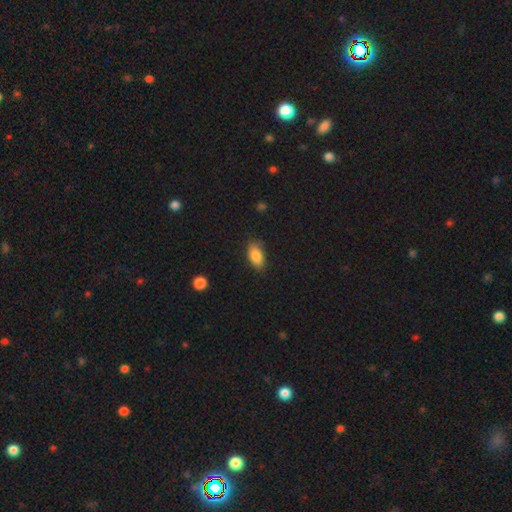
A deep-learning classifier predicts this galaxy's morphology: A smooth galaxy with no disk features (85%) that is in between round and cigar-shaped (90%). Merging: none (76%).